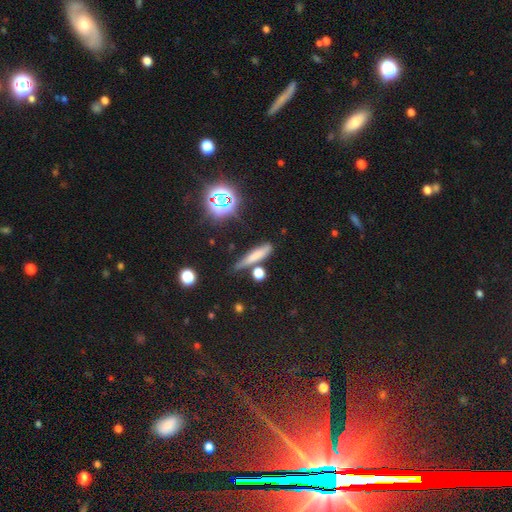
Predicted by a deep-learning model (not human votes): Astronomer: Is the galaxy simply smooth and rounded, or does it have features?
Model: smooth — 67%.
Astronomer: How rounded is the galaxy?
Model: cigar-shaped — 80%.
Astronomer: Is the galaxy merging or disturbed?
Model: none — 67%.